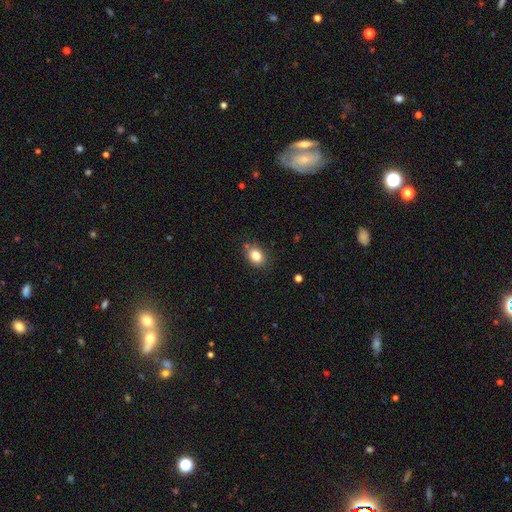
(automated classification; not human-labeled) A smooth galaxy with no disk features (83%) that is in between round and cigar-shaped (67%).

Vote fractions:
- Smooth or featured? smooth: 83% / star or artifact: 10% / featured or disk: 7%
- How rounded? in between: 67% / round: 32% / cigar-shaped: 1%
- Merging? none: 80% / minor disturbance: 14% / major disturbance: 3% / merger: 3%